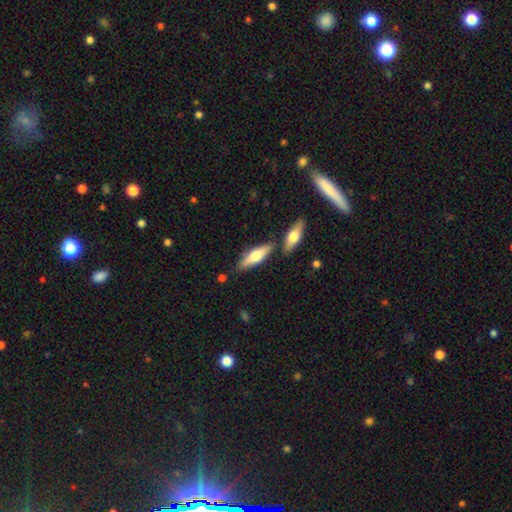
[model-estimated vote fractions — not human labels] smooth 55%, featured or disk 40%, star or artifact 5%. Down the decision tree: how rounded — cigar-shaped (54%); merging — none (75%).